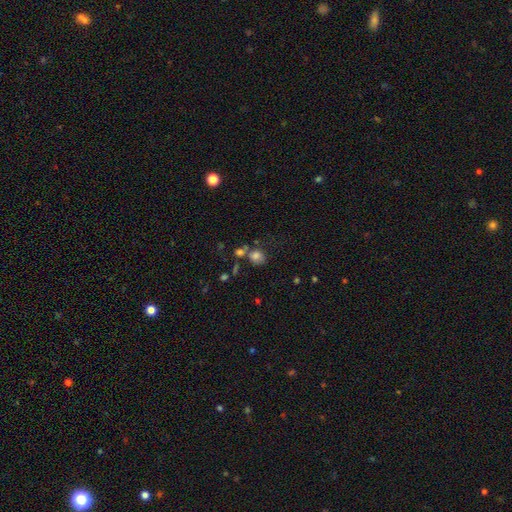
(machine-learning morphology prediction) Smooth or featured: smooth — 74% (star or artifact — 14%)
How rounded: round — 63% (in between — 36%)
Merging: none — 46% (merger — 26%)